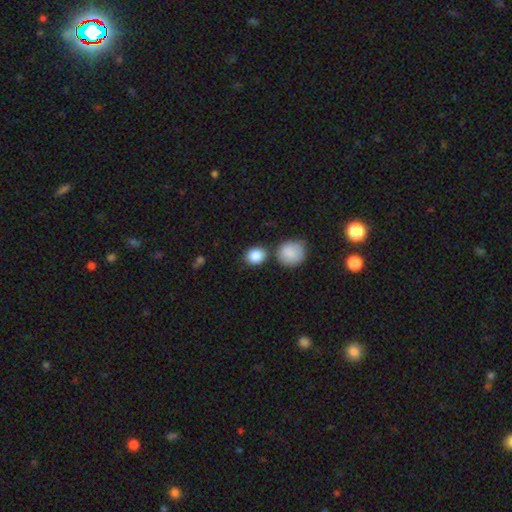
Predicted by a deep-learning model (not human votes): smooth-or-featured: smooth: 87% | star or artifact: 8% | featured or disk: 5%
  how-rounded: round: 62% | in between: 37% | cigar-shaped: 1%
  merging: none: 70% | merger: 15% | minor disturbance: 12% | major disturbance: 3%